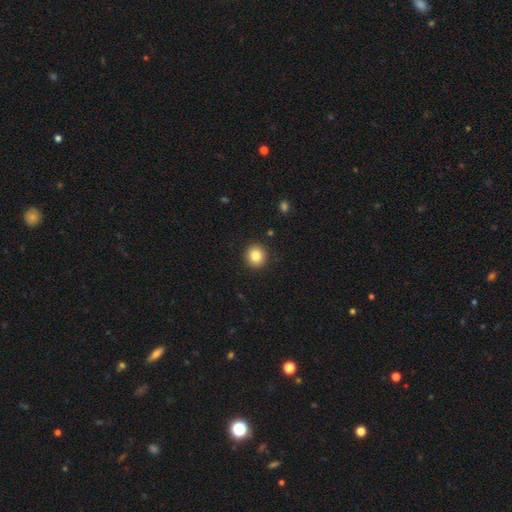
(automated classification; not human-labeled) smooth-or-featured: smooth: 84% | star or artifact: 10% | featured or disk: 6%
  how-rounded: round: 90% | in between: 9% | cigar-shaped: 1%
  merging: none: 92% | minor disturbance: 5% | major disturbance: 2% | merger: 1%